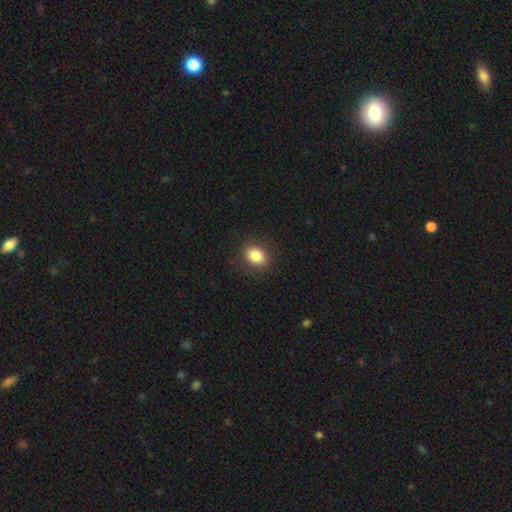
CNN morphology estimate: A smooth galaxy with no disk features (85%) that is in between round and cigar-shaped (50%).

Vote fractions:
- Smooth or featured? smooth: 85% / star or artifact: 9% / featured or disk: 6%
- How rounded? in between: 50% / round: 49% / cigar-shaped: 1%
- Merging? none: 87% / minor disturbance: 9% / major disturbance: 3% / merger: 1%